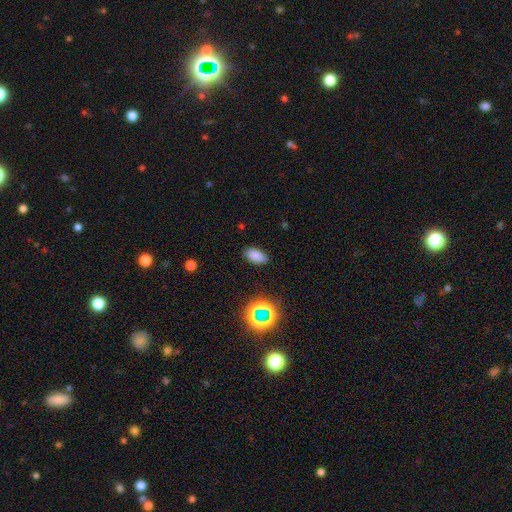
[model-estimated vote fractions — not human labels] smooth_or_featured: smooth (p=0.80) [alt: star or artifact p=0.15]
how_rounded: in between (p=0.92) [alt: round p=0.05]
merging: none (p=0.87) [alt: minor disturbance p=0.10]